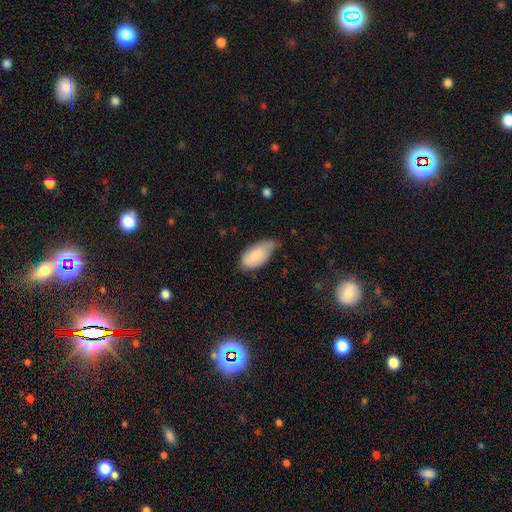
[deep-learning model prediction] Smooth or featured? Predicted: smooth (p=0.83). How rounded? Predicted: in between (p=0.93). Merging? Predicted: minor disturbance (p=0.46).